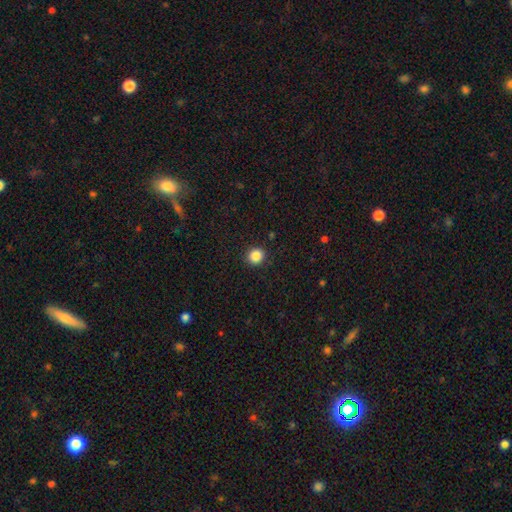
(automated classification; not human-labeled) smooth_or_featured: smooth (p=0.87) [alt: star or artifact p=0.10]
how_rounded: round (p=0.87) [alt: in between p=0.12]
merging: none (p=0.91) [alt: minor disturbance p=0.06]